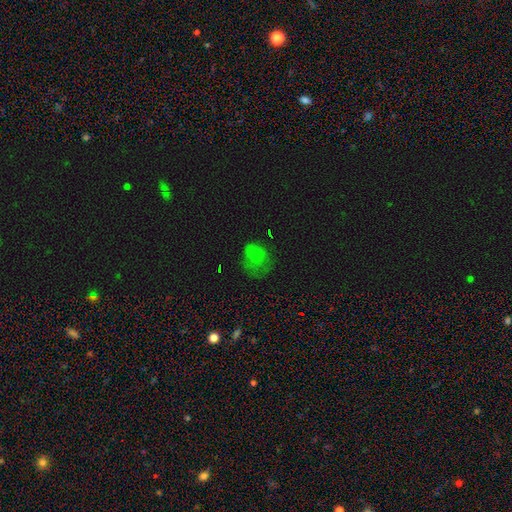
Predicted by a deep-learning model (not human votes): Smooth or featured: smooth — 62% (star or artifact — 21%)
How rounded: round — 64% (in between — 35%)
Merging: none — 54% (minor disturbance — 27%)